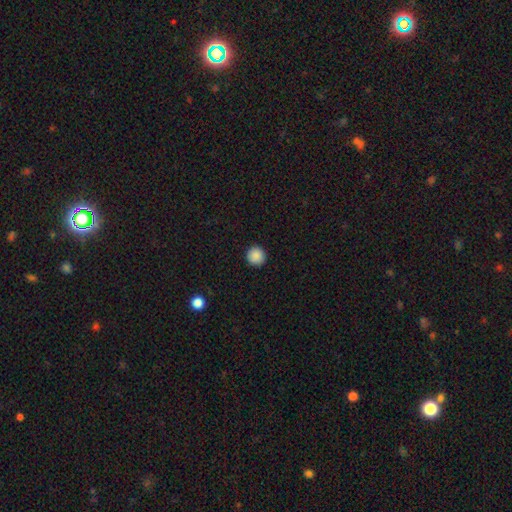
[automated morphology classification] This is clearly a smooth galaxy (89%). How rounded: clearly round (96%). Merging: clearly none (93%).